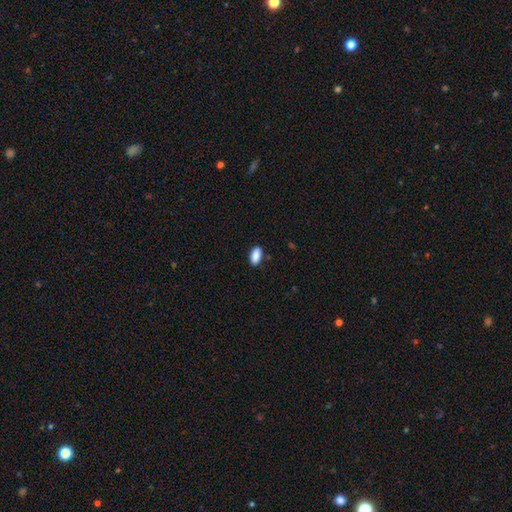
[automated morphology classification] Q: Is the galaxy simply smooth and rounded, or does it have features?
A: smooth — 90%.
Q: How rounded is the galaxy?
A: in between — 90%.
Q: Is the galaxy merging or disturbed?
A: none — 86%.